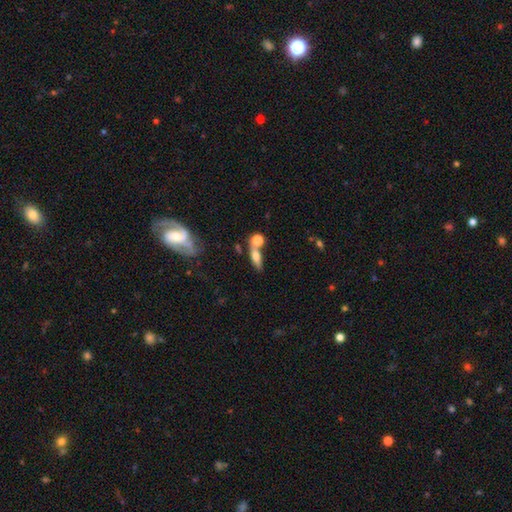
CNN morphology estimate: Overall: smooth (59%; featured or disk 31%). How rounded: in between (46%; cigar-shaped 41%). Merging: none (50%; merger 30%).